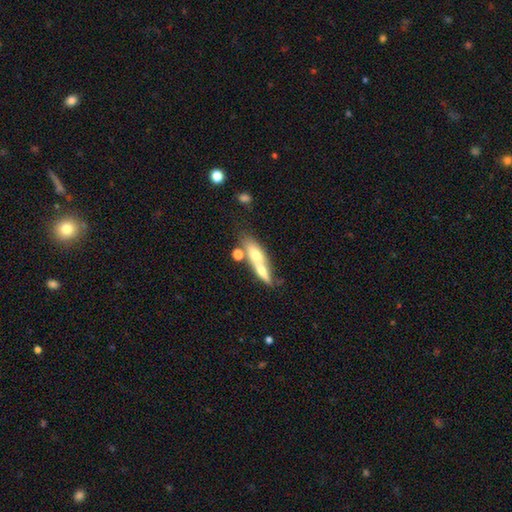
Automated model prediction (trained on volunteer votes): A smooth galaxy with no disk features (51%) that is cigar-shaped (61%).

Vote fractions:
- Smooth or featured? smooth: 51% / featured or disk: 41% / star or artifact: 8%
- How rounded? cigar-shaped: 61% / in between: 34% / round: 5%
- Merging? merger: 41% / none: 37% / minor disturbance: 14% / major disturbance: 8%